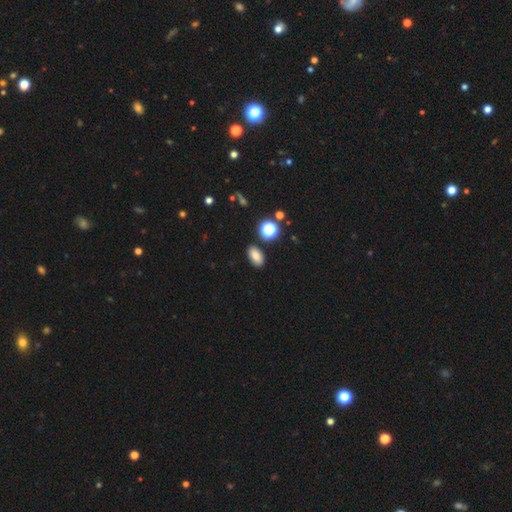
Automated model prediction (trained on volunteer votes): smooth-or-featured: smooth: 78% | star or artifact: 14% | featured or disk: 8%
  how-rounded: in between: 87% | round: 11% | cigar-shaped: 2%
  merging: none: 86% | minor disturbance: 8% | merger: 3% | major disturbance: 2%